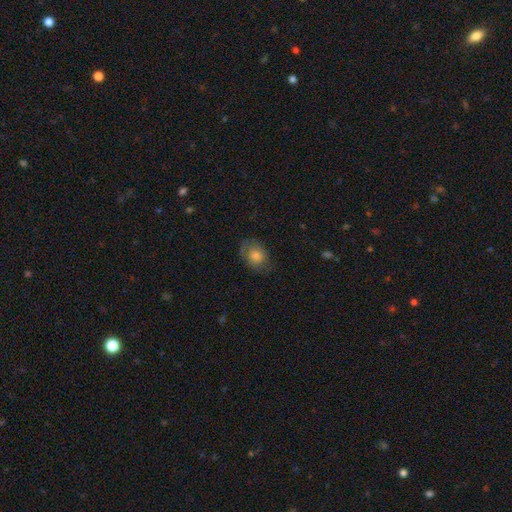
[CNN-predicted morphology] A smooth galaxy with no disk features (66%) that is in between round and cigar-shaped (58%).

Vote fractions:
- Smooth or featured? smooth: 66% / featured or disk: 25% / star or artifact: 9%
- How rounded? in between: 58% / round: 40% / cigar-shaped: 1%
- Merging? none: 69% / minor disturbance: 21% / major disturbance: 8% / merger: 1%